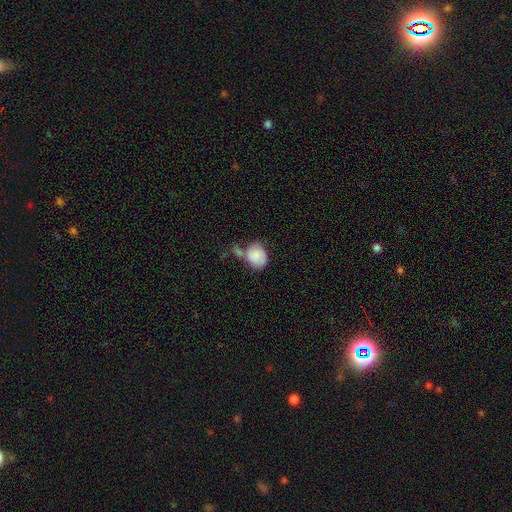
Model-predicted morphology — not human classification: Smooth or featured: smooth — 78% (featured or disk — 15%)
How rounded: round — 51% (in between — 48%)
Merging: merger — 37% (none — 31%)